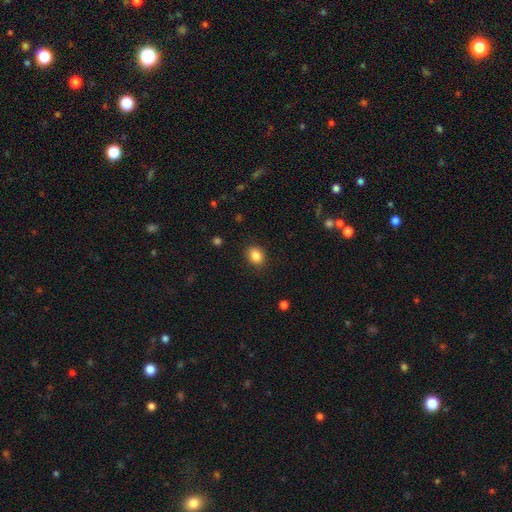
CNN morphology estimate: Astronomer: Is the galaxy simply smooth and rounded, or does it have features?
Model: smooth — 85%.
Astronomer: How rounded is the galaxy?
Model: round — 50% (runner-up: in between, 49%).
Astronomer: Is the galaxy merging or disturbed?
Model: none — 88%.